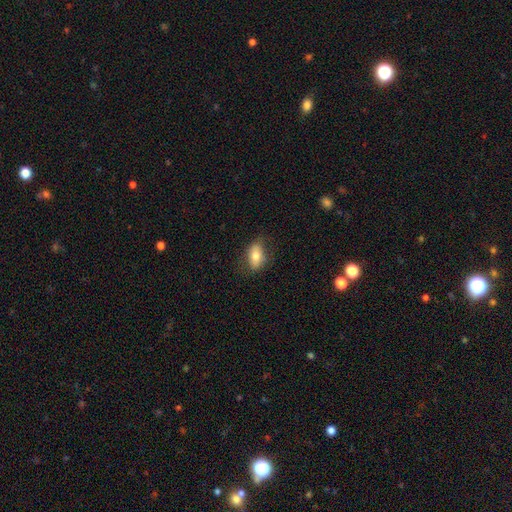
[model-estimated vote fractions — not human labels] Overall: smooth (71%). How rounded: in between (86%). Merging: none (74%).